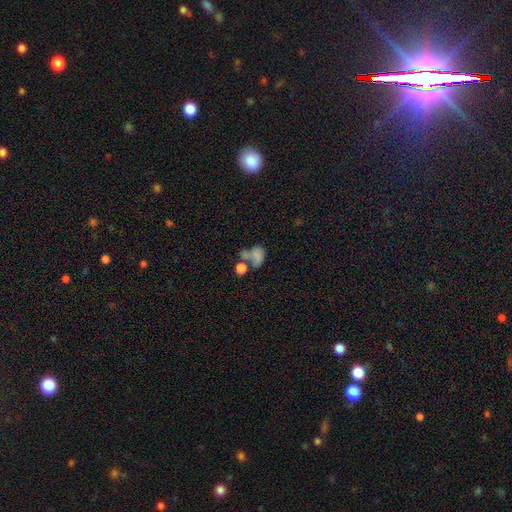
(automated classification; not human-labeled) A smooth galaxy with no disk features (69%) that is in between round and cigar-shaped (73%).

Vote fractions:
- Smooth or featured? smooth: 69% / featured or disk: 18% / star or artifact: 13%
- How rounded? in between: 73% / round: 25% / cigar-shaped: 2%
- Merging? merger: 48% / none: 22% / major disturbance: 18% / minor disturbance: 13%